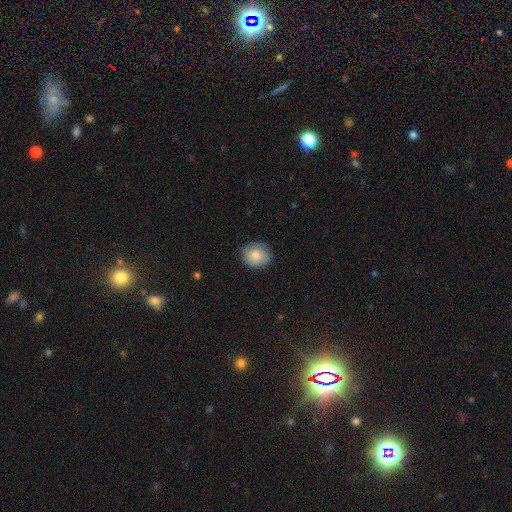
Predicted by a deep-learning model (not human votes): This appears to be a smooth galaxy with no disk features (82%) that is round (80%). Merging: none (83%).